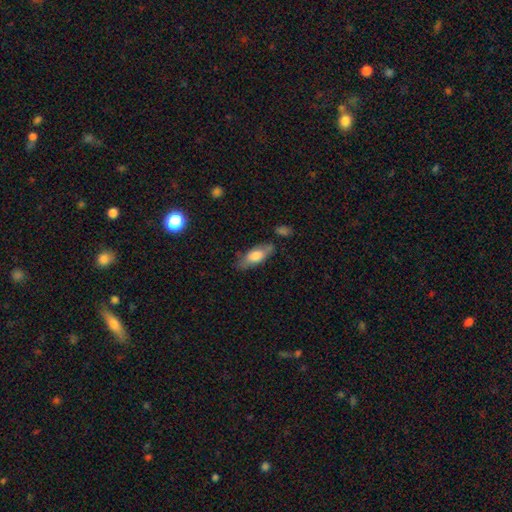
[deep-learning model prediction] A smooth galaxy with no disk features (68%) that is in between round and cigar-shaped (73%).

Vote fractions:
- Smooth or featured? smooth: 68% / featured or disk: 25% / star or artifact: 7%
- How rounded? in between: 73% / cigar-shaped: 25% / round: 3%
- Merging? none: 73% / minor disturbance: 19% / major disturbance: 5% / merger: 4%